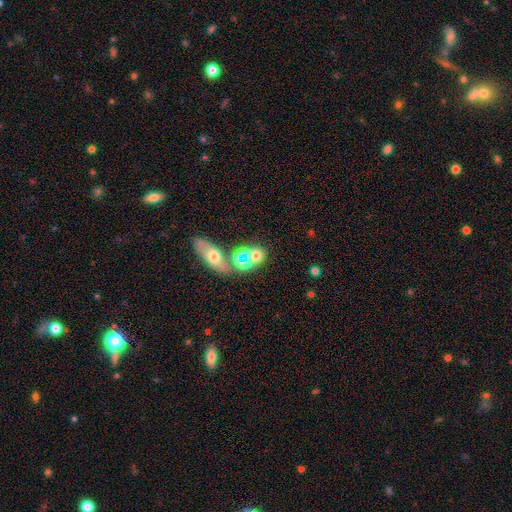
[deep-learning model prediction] The model was most divided on "how rounded": round: 57%, in between: 39%, cigar-shaped: 4%. More confident: smooth or featured — smooth (57%); merging — none (57%).